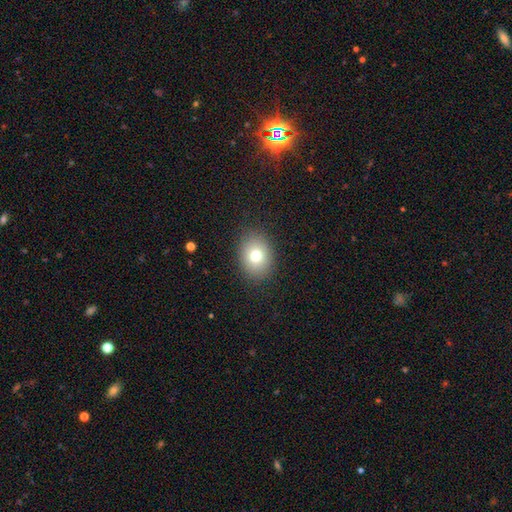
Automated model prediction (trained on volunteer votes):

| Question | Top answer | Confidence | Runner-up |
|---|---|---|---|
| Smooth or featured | smooth | 76% | featured or disk (12%) |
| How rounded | in between | 58% | round (41%) |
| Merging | none | 88% | minor disturbance (8%) |